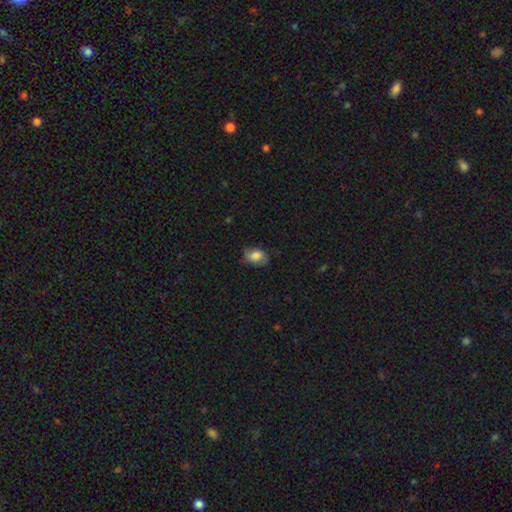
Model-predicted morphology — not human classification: Overall: smooth (77%). How rounded: in between (83%). Merging: none (67%).